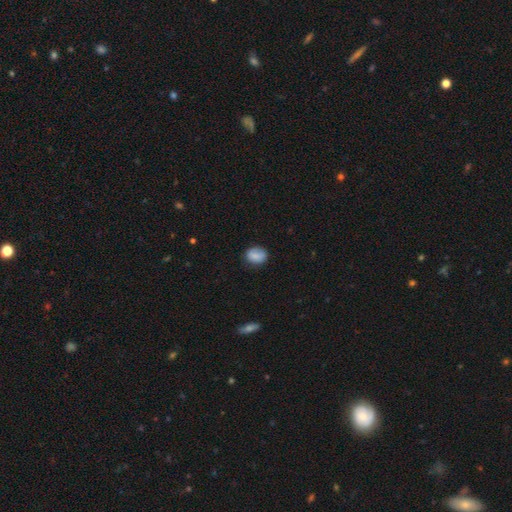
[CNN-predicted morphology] smooth-or-featured: smooth: 82% | featured or disk: 10% | star or artifact: 8%
  how-rounded: in between: 51% | round: 48% | cigar-shaped: 1%
  merging: none: 75% | minor disturbance: 19% | major disturbance: 4% | merger: 1%